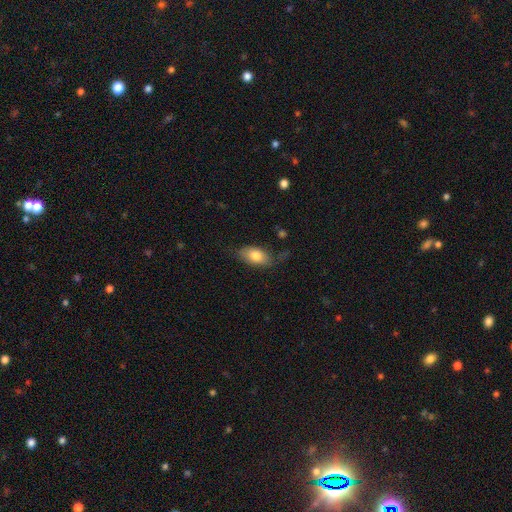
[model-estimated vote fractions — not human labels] Q: Smooth or featured?
A: smooth (78%); runner-up: featured or disk (15%)
Q: How rounded?
A: in between (90%); runner-up: round (6%)
Q: Merging?
A: none (69%); runner-up: minor disturbance (22%)